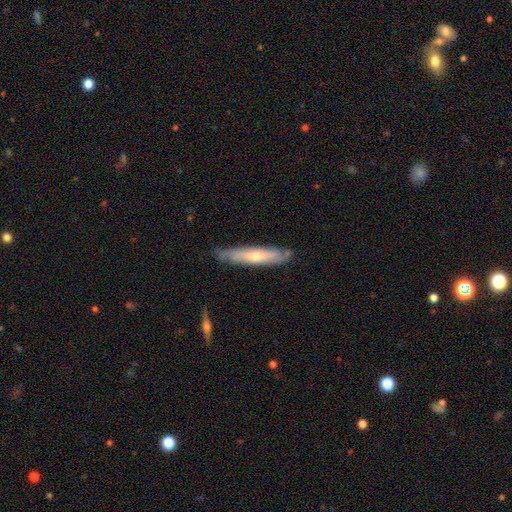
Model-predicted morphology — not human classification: This is possibly a featured or disk galaxy (49%). Merging: likely none (76%).